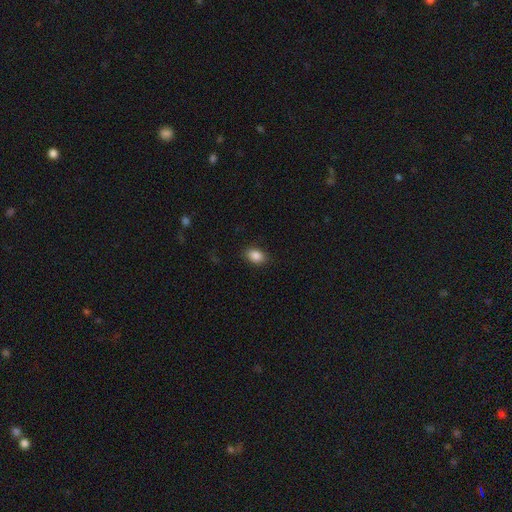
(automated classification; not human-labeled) The model was most divided on "how rounded": in between: 80%, round: 18%, cigar-shaped: 1%. More confident: merging — none (88%); smooth or featured — smooth (88%).